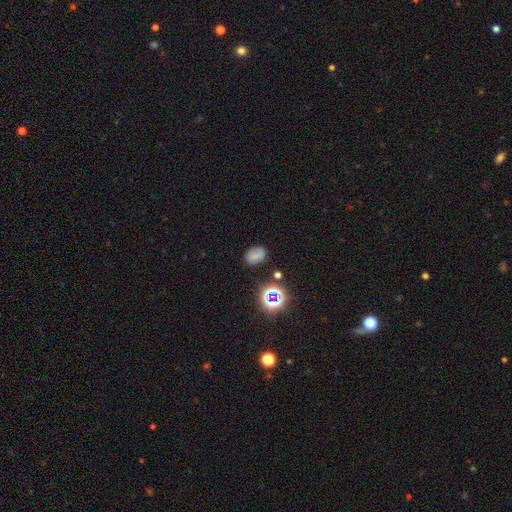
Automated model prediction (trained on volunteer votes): A smooth galaxy with no disk features (62%) that is in between round and cigar-shaped (75%). Merging: none (75%).